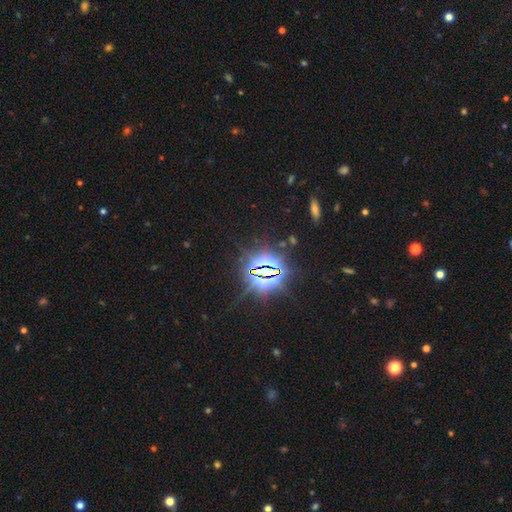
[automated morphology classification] Overall: star or artifact (85%).